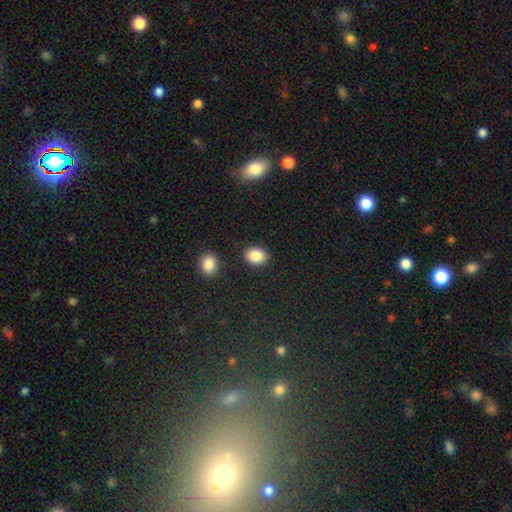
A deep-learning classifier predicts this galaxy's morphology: Smooth or featured? smooth (87%)
How rounded? in between (68%)
Merging? none (85%)